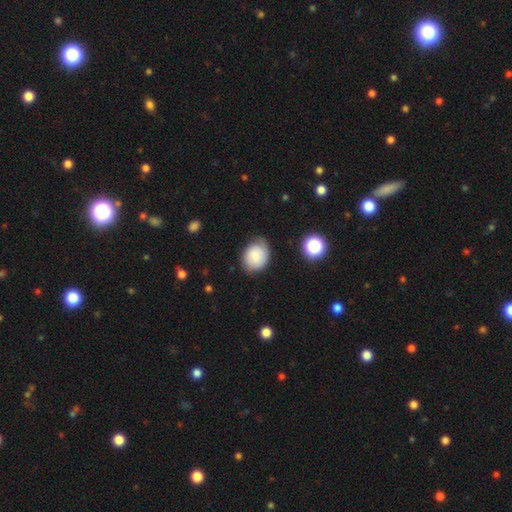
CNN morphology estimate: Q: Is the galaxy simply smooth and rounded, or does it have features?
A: smooth — 75%.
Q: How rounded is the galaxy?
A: round — 56%.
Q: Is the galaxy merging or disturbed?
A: none — 65%.